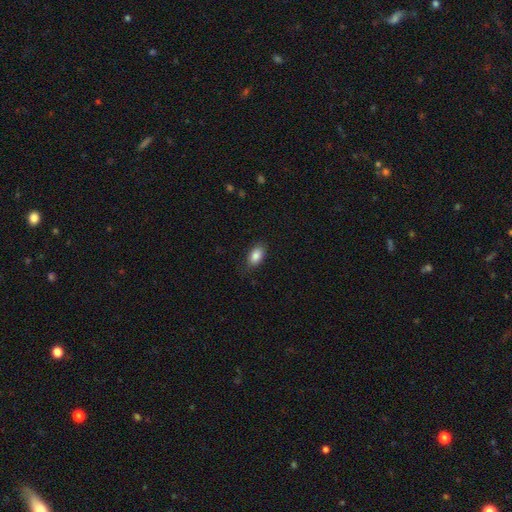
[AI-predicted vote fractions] This appears to be a smooth galaxy with no disk features (87%) that is in between round and cigar-shaped (91%). Merging: none (82%).